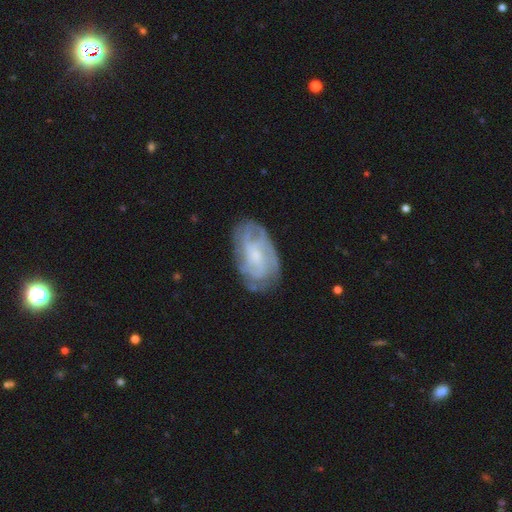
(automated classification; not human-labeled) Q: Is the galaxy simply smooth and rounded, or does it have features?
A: featured or disk — 72%.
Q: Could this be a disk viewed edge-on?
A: no — 96%.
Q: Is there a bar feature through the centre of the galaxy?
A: no — 59%.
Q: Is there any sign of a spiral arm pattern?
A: yes — 86%.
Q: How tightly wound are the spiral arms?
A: tight — 49%.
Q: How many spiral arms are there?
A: can't tell — 42%.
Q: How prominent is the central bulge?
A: small — 58%.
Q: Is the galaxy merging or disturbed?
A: none — 70%.